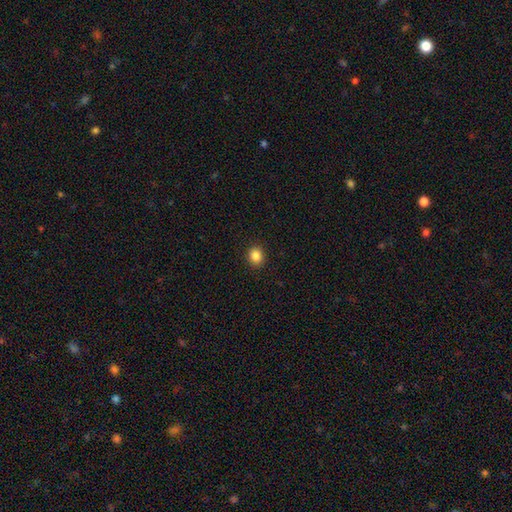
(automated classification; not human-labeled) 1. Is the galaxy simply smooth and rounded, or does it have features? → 86% smooth, 11% star or artifact, 4% featured or disk.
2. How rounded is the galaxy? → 72% round, 28% in between, 1% cigar-shaped.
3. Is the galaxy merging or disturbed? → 92% none, 6% minor disturbance, 2% major disturbance, 1% merger.